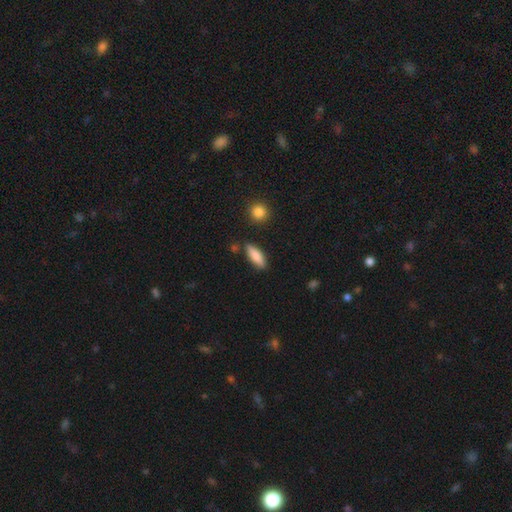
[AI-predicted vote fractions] Smooth or featured?
  - smooth: 83% *
  - featured or disk: 10%
  - star or artifact: 7%
How rounded?
  - in between: 55% *
  - cigar-shaped: 43%
  - round: 3%
Merging?
  - none: 82% *
  - minor disturbance: 12%
  - merger: 4%
  - major disturbance: 3%